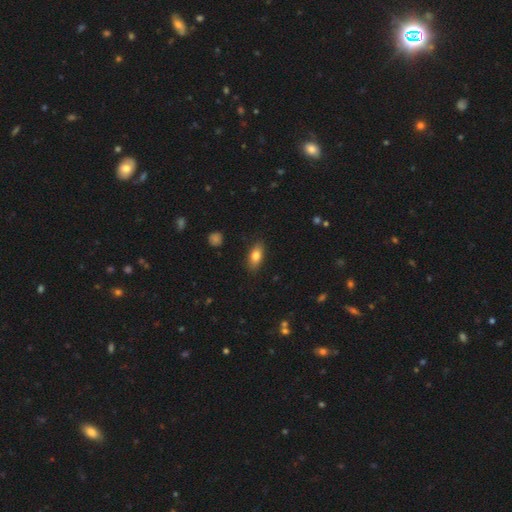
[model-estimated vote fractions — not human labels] Morphology: type=smooth (80%); roundness=in between (84%); merging=none (86%).